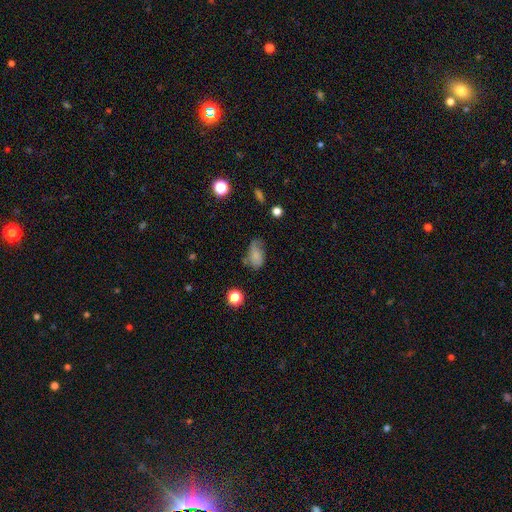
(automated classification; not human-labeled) The model was most divided on "merging": none: 40%, minor disturbance: 35%, major disturbance: 19%, merger: 5%. More confident: how rounded — in between (87%); smooth or featured — smooth (71%).